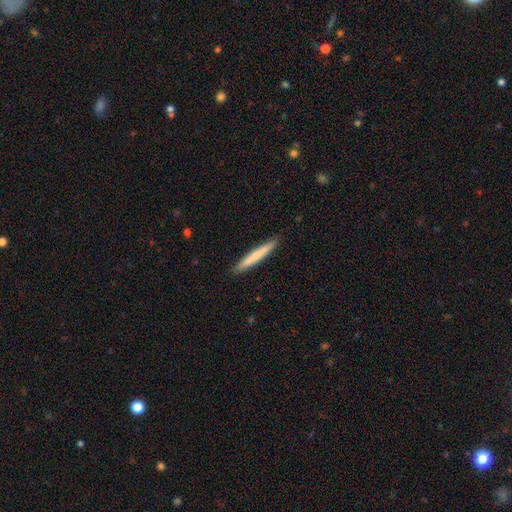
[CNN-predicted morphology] Smooth or featured?
  - smooth: 74% *
  - featured or disk: 21%
  - star or artifact: 5%
How rounded?
  - cigar-shaped: 96% *
  - in between: 3%
  - round: 1%
Merging?
  - none: 91% *
  - minor disturbance: 6%
  - major disturbance: 1%
  - merger: 1%